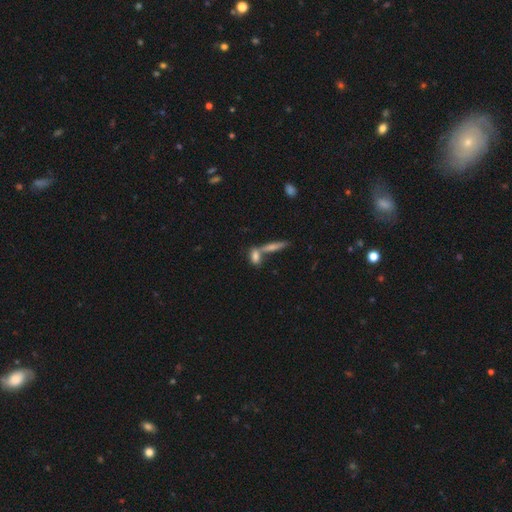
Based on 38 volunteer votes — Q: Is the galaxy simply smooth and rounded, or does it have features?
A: smooth — 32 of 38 (84%).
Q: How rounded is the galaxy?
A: in between — 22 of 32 (69%).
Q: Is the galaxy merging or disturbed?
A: merger — 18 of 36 (50%).